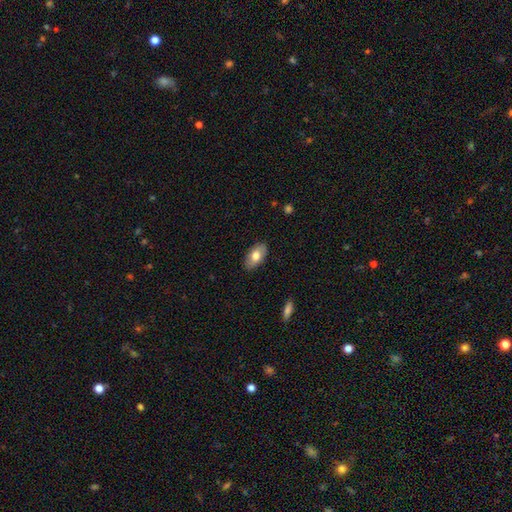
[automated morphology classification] Overall: smooth (74%). How rounded: in between (93%). Merging: none (87%).